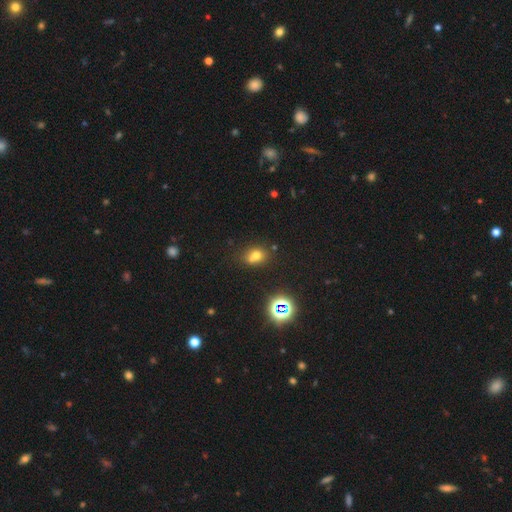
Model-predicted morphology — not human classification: Smooth or featured?
  - smooth: 64% *
  - star or artifact: 22%
  - featured or disk: 14%
How rounded?
  - round: 54% *
  - in between: 45%
  - cigar-shaped: 1%
Merging?
  - none: 51% *
  - merger: 29%
  - minor disturbance: 15%
  - major disturbance: 5%